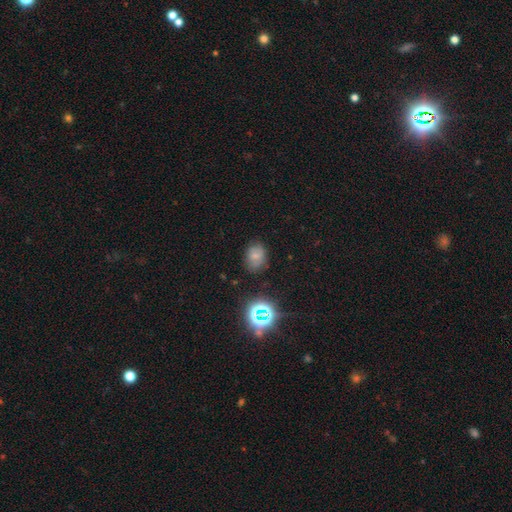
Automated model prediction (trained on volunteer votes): The model was most divided on "how rounded": in between: 61%, round: 38%, cigar-shaped: 1%. More confident: merging — none (72%); smooth or featured — smooth (68%).